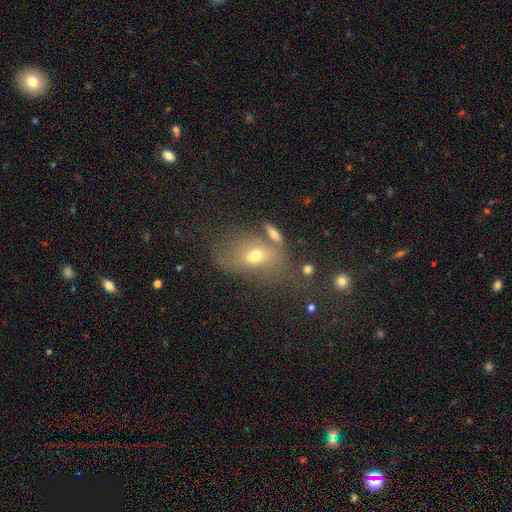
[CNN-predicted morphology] A smooth galaxy with no disk features (61%) that is in between round and cigar-shaped (77%).

Vote fractions:
- Smooth or featured? smooth: 61% / featured or disk: 25% / star or artifact: 15%
- How rounded? in between: 77% / round: 19% / cigar-shaped: 4%
- Merging? none: 44% / minor disturbance: 20% / merger: 19% / major disturbance: 17%